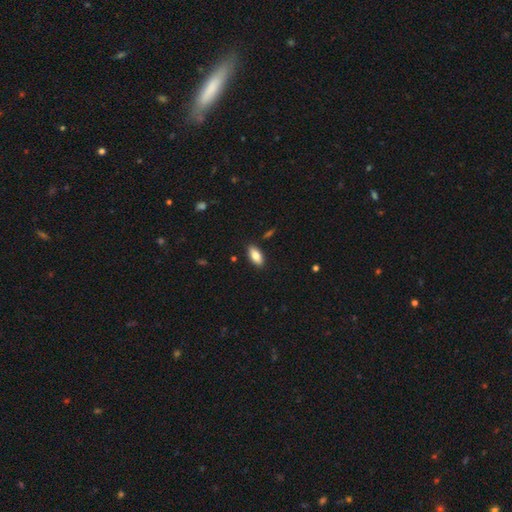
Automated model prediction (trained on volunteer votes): Q: Smooth or featured?
A: smooth (83%); runner-up: featured or disk (10%)
Q: How rounded?
A: in between (90%); runner-up: cigar-shaped (8%)
Q: Merging?
A: none (88%); runner-up: minor disturbance (9%)